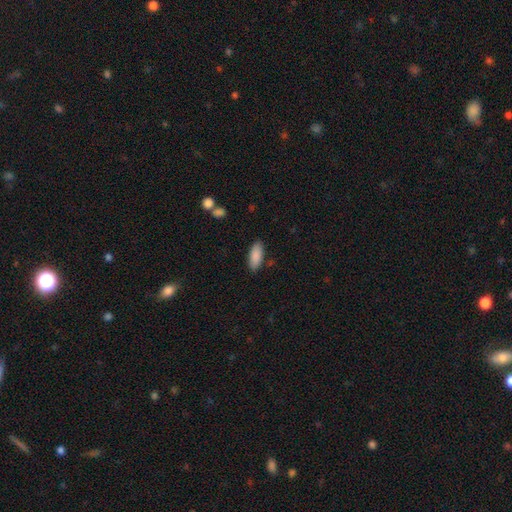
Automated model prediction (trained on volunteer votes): This is clearly a smooth galaxy (89%). How rounded: clearly in between (80%). Merging: clearly none (85%).